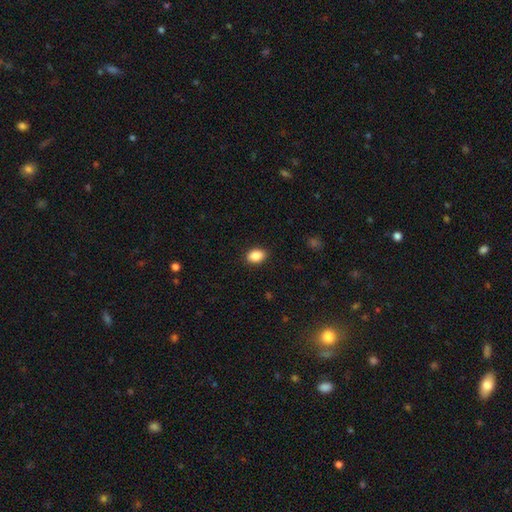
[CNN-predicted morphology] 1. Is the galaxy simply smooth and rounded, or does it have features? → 88% smooth, 8% star or artifact, 4% featured or disk.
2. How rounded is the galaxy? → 83% in between, 16% round, 1% cigar-shaped.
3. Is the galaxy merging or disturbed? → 89% none, 8% minor disturbance, 2% major disturbance, 1% merger.